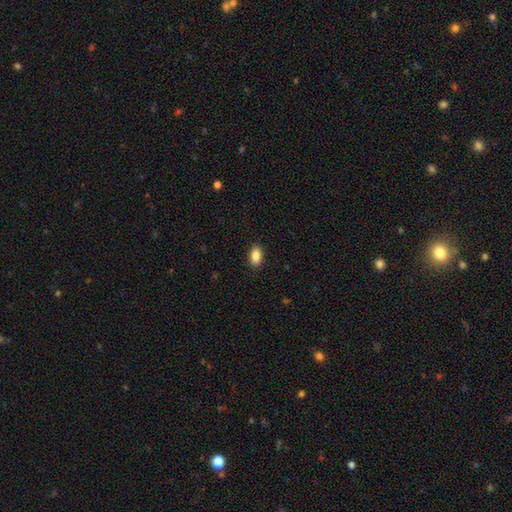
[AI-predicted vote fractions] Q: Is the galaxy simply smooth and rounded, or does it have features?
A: smooth — 88%.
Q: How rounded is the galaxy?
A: in between — 92%.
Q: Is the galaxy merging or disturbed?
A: none — 89%.